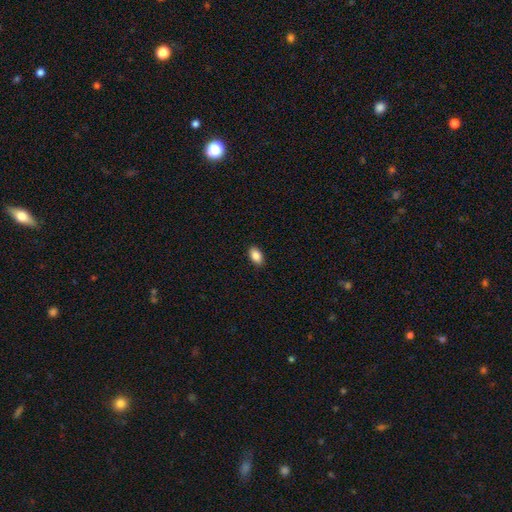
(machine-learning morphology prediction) type=smooth (87%); roundness=in between (92%); merging=none (90%).